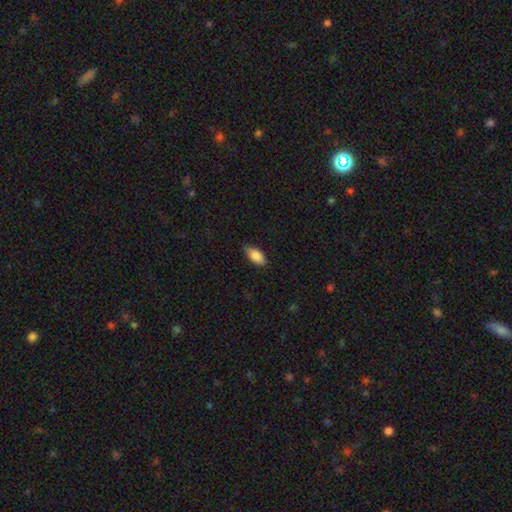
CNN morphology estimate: A smooth galaxy with no disk features (84%) that is in between round and cigar-shaped (88%).

Vote fractions:
- Smooth or featured? smooth: 84% / featured or disk: 9% / star or artifact: 7%
- How rounded? in between: 88% / cigar-shaped: 9% / round: 3%
- Merging? none: 77% / minor disturbance: 19% / major disturbance: 3% / merger: 1%